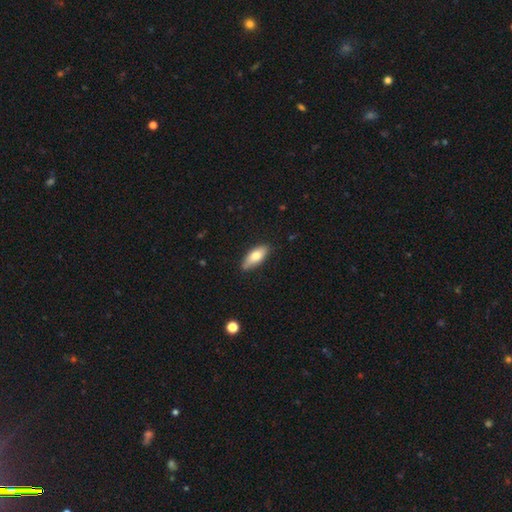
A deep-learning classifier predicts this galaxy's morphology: smooth_or_featured: smooth (p=0.73) [alt: featured or disk p=0.21]
how_rounded: in between (p=0.79) [alt: cigar-shaped p=0.19]
merging: none (p=0.82) [alt: minor disturbance p=0.15]